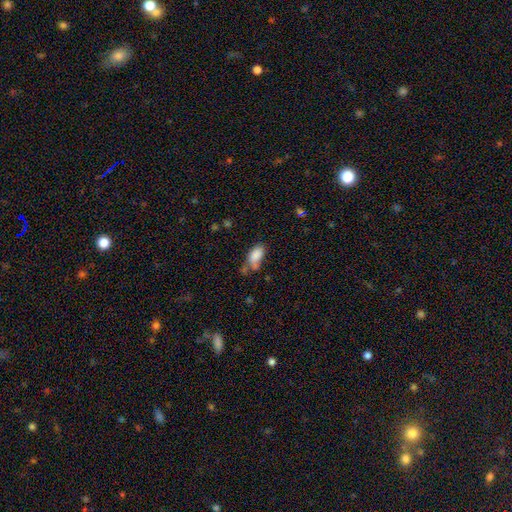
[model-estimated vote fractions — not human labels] The model was most divided on "merging": none: 39%, minor disturbance: 29%, merger: 17%, major disturbance: 15%. More confident: how rounded — in between (91%); smooth or featured — smooth (82%).